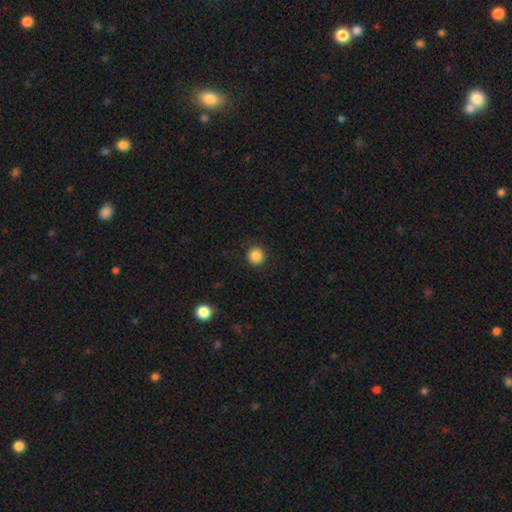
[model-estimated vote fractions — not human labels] This appears to be a smooth galaxy with no disk features (86%) that is round (94%). Merging: none (91%).